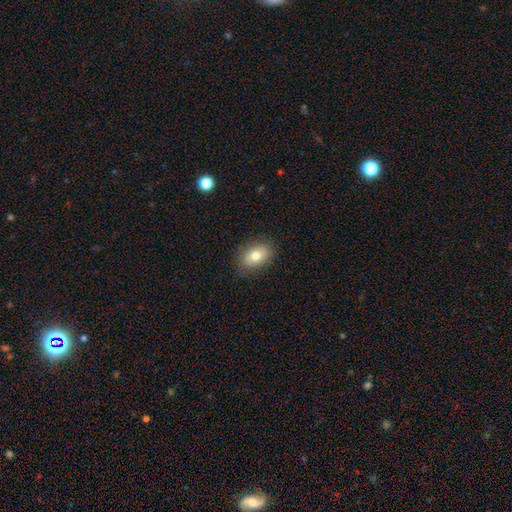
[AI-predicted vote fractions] Smooth or featured? smooth (77%)
How rounded? in between (82%)
Merging? none (85%)